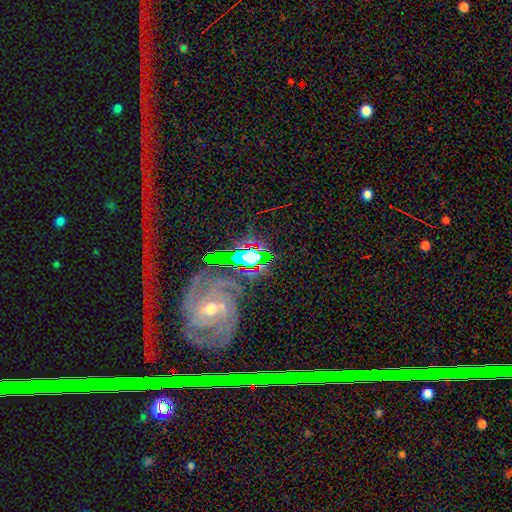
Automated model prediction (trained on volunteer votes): Smooth or featured?
  - star or artifact: 53% *
  - featured or disk: 26%
  - smooth: 21%